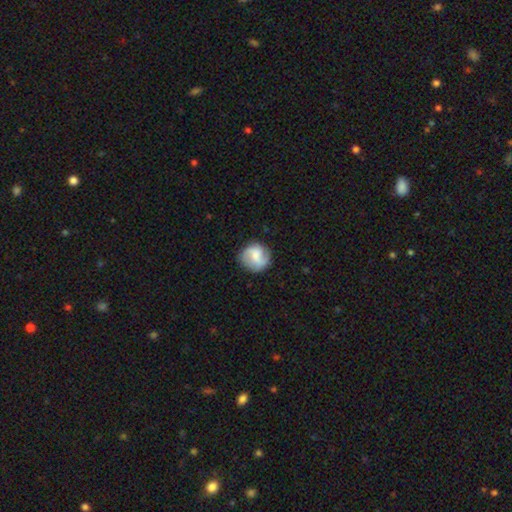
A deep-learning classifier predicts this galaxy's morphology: Smooth or featured?
  - featured or disk: 53% *
  - smooth: 40%
  - star or artifact: 7%
Edge-on disk?
  - no: 98% *
  - yes: 2%
Bar?
  - weak: 47% *
  - no: 41%
  - strong: 12%
Spiral arms?
  - yes: 90% *
  - no: 10%
Bulge size?
  - moderate: 35% *
  - small: 33%
  - none: 20%
  - large: 10%
  - dominant: 2%
Merging?
  - none: 79% *
  - minor disturbance: 14%
  - major disturbance: 5%
  - merger: 1%